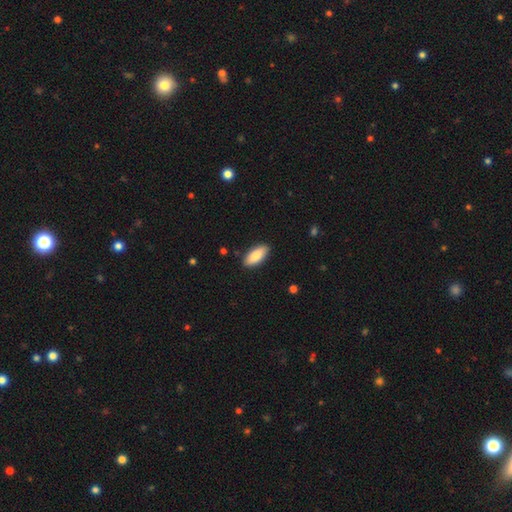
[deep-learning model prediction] This is clearly a smooth galaxy (86%). How rounded: clearly in between (87%). Merging: clearly none (88%).